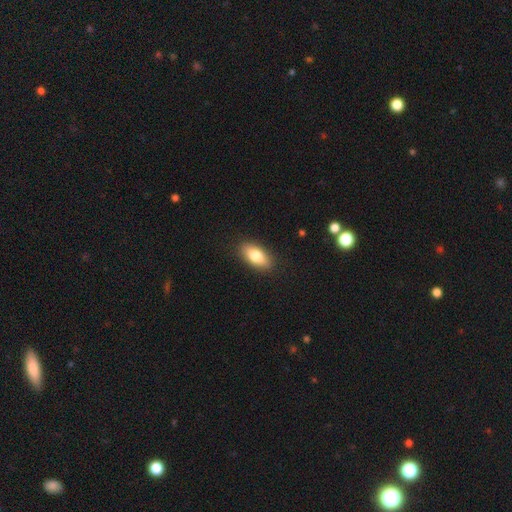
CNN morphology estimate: smooth-or-featured: smooth: 79% | featured or disk: 15% | star or artifact: 7%
  how-rounded: in between: 88% | cigar-shaped: 8% | round: 5%
  merging: none: 88% | minor disturbance: 9% | major disturbance: 2% | merger: 1%